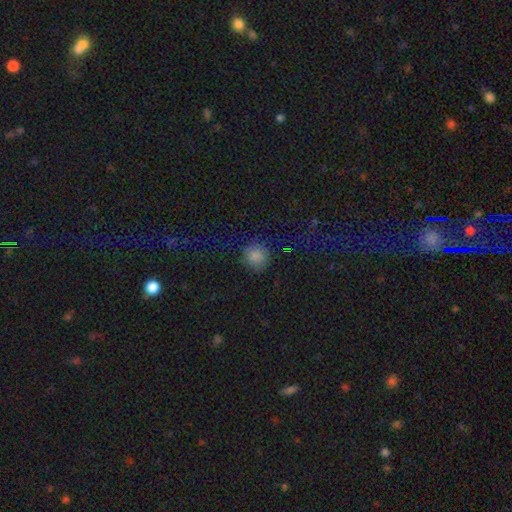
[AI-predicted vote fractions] The model was most divided on "smooth or featured": smooth: 77%, star or artifact: 17%, featured or disk: 6%. More confident: how rounded — round (89%); merging — none (81%).